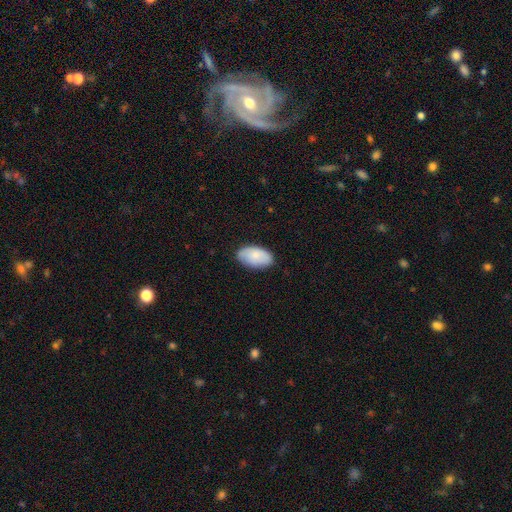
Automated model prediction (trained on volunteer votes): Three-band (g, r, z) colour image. It shows a smooth galaxy with no disk features (81%) that is in between round and cigar-shaped (95%). Merging: none (81%).